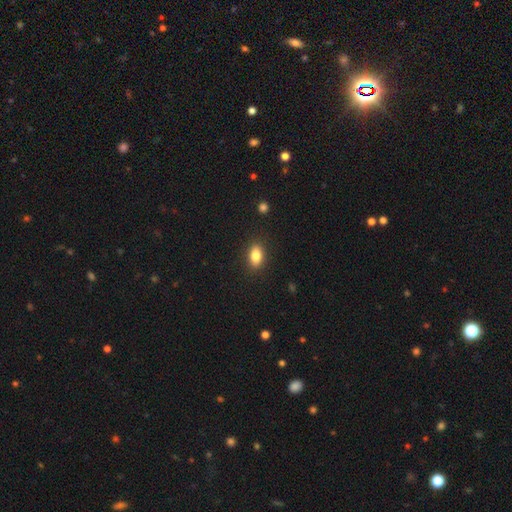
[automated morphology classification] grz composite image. It shows a smooth galaxy with no disk features (85%) that is in between round and cigar-shaped (86%). Merging: none (88%).